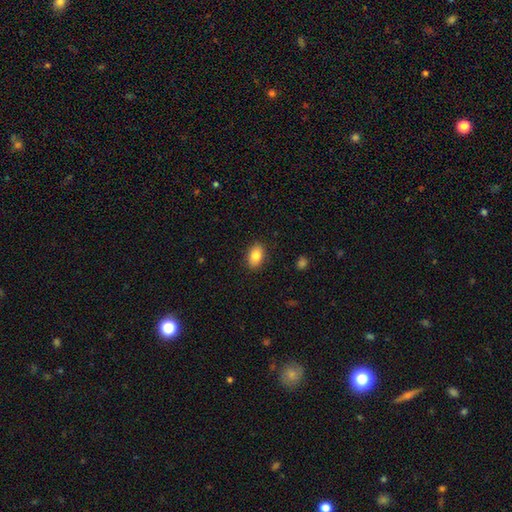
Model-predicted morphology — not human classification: type=smooth (83%); roundness=in between (88%); merging=none (88%).